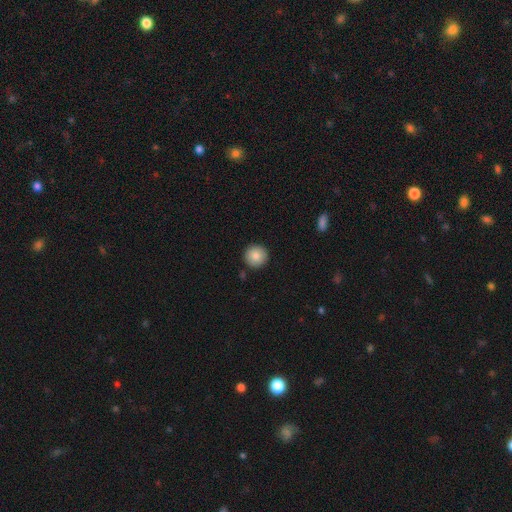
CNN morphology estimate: A smooth galaxy with no disk features (85%) that is round (95%).

Vote fractions:
- Smooth or featured? smooth: 85% / star or artifact: 8% / featured or disk: 7%
- How rounded? round: 95% / in between: 4% / cigar-shaped: 1%
- Merging? none: 91% / minor disturbance: 6% / major disturbance: 2% / merger: 1%